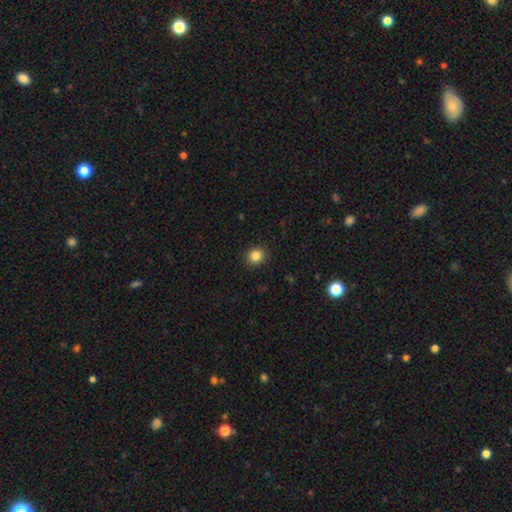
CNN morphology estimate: This is clearly a smooth galaxy (85%). How rounded: clearly round (80%). Merging: clearly none (90%).